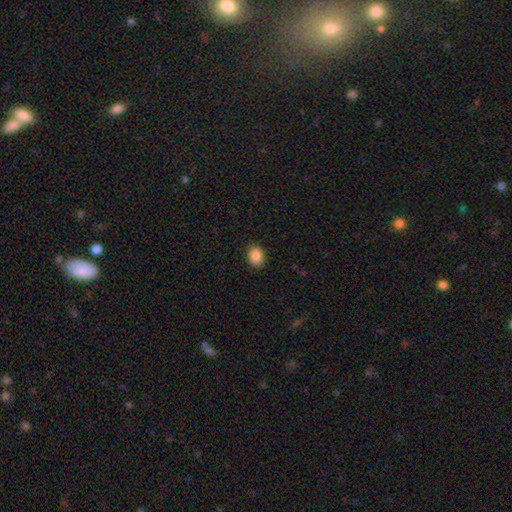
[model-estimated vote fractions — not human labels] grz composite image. It shows a smooth galaxy with no disk features (88%) that is in between round and cigar-shaped (63%). Merging: none (90%).